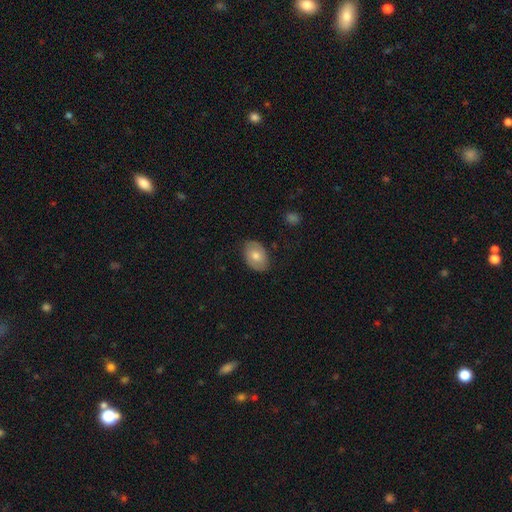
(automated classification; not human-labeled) Smooth or featured? smooth (70%)
How rounded? in between (85%)
Merging? none (84%)